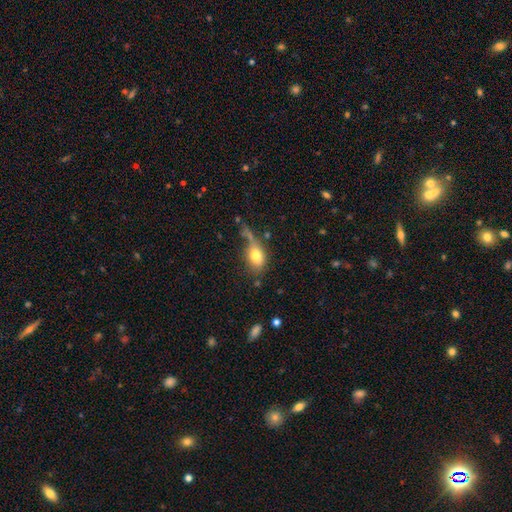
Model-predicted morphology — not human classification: smooth 76%, featured or disk 15%, star or artifact 9%. Down the decision tree: how rounded — in between (79%); merging — none (44%).